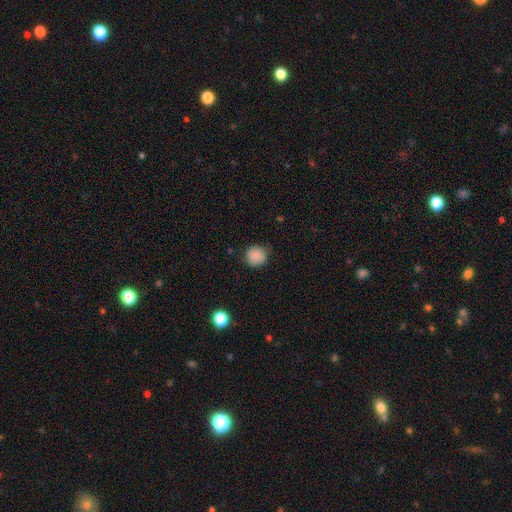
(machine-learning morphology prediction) Q: Smooth or featured?
A: smooth (85%); runner-up: star or artifact (9%)
Q: How rounded?
A: round (91%); runner-up: in between (8%)
Q: Merging?
A: none (81%); runner-up: minor disturbance (15%)